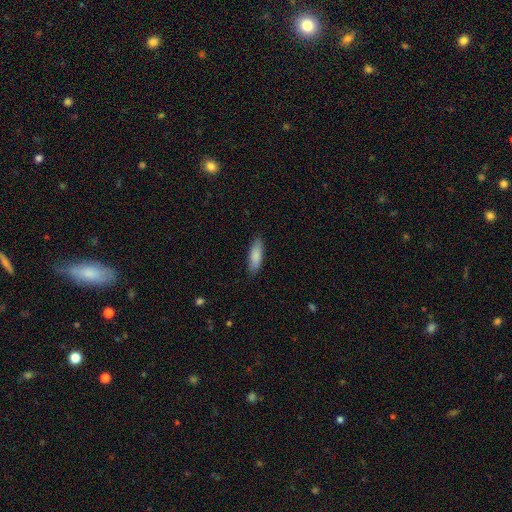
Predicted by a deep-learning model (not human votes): A smooth galaxy with no disk features (86%) that is in between round and cigar-shaped (54%). Merging: none (88%).